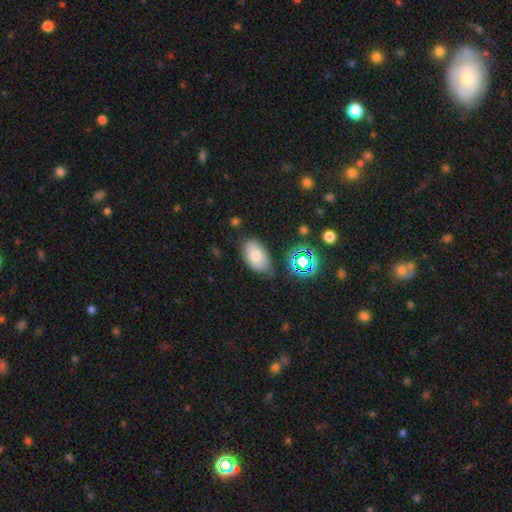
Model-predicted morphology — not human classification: This appears to be a smooth galaxy with no disk features (72%) that is in between round and cigar-shaped (91%). Merging: none (68%).